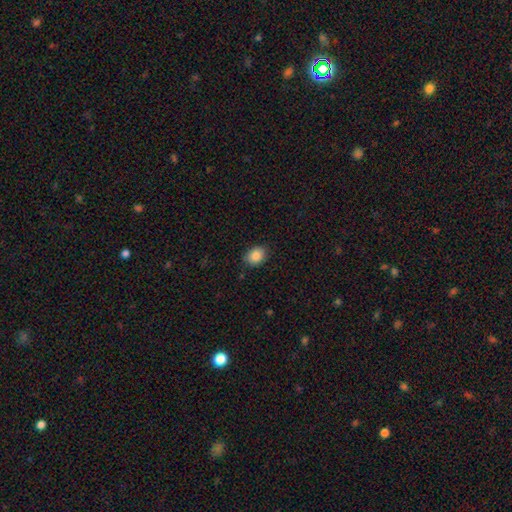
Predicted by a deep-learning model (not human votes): Smooth or featured: smooth — 87% (star or artifact — 8%)
How rounded: in between — 63% (round — 36%)
Merging: none — 85% (minor disturbance — 12%)